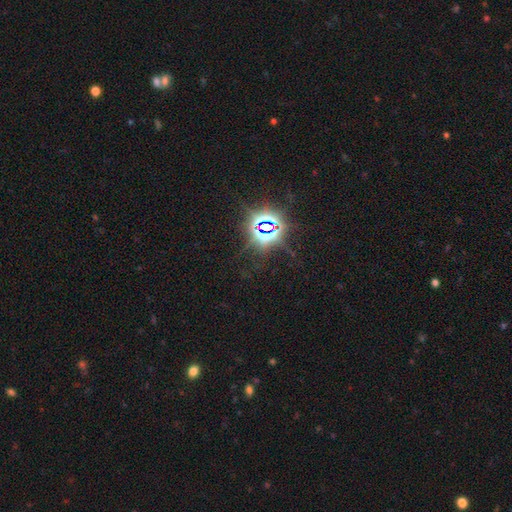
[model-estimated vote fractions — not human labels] Smooth or featured? star or artifact (82%)